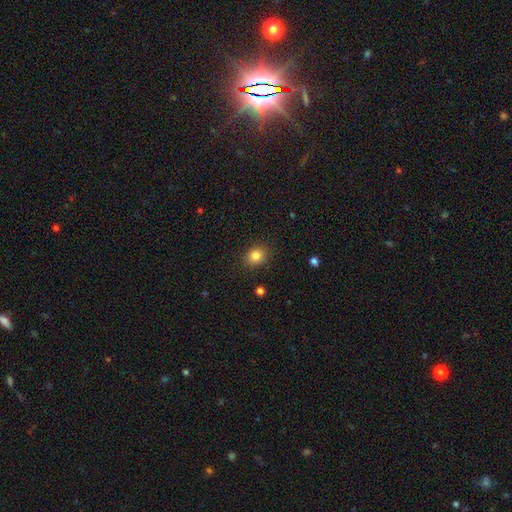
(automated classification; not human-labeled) Smooth or featured? Predicted: smooth (p=0.84). How rounded? Predicted: round (p=0.68). Merging? Predicted: none (p=0.87).